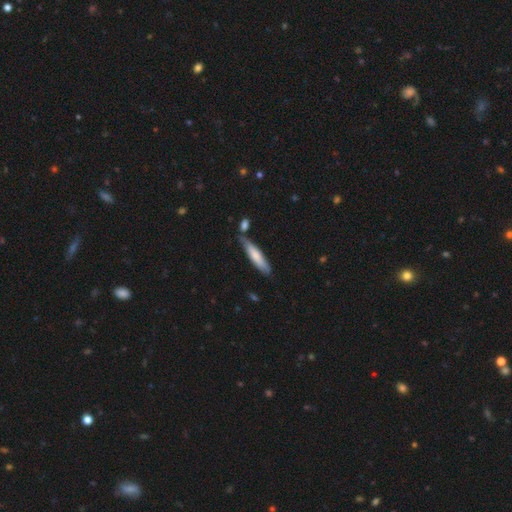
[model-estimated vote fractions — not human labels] Overall: smooth (72%). How rounded: cigar-shaped (82%). Merging: none (67%).